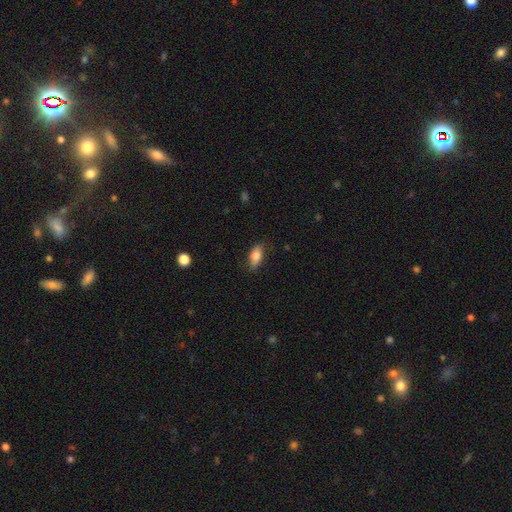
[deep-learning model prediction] Morphology: type=smooth (78%); roundness=in between (84%); merging=none (74%).